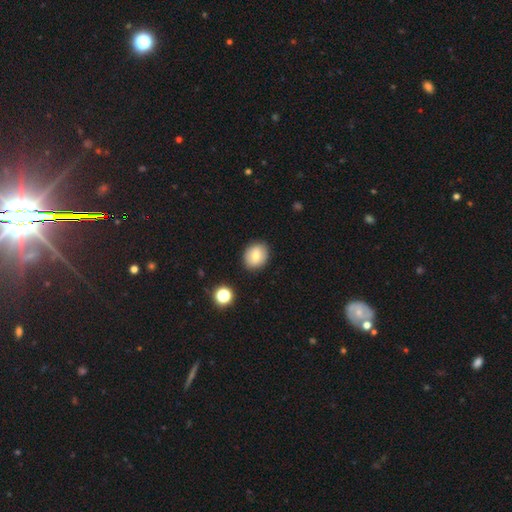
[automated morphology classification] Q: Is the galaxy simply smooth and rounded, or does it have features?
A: smooth — 75%.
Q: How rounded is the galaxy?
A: round — 61%.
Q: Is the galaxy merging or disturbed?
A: none — 86%.